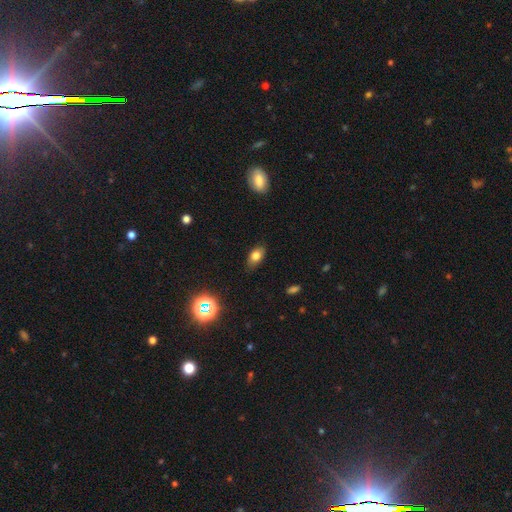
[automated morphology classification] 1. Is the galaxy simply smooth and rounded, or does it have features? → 78% smooth, 11% star or artifact, 11% featured or disk.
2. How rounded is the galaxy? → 87% in between, 10% round, 3% cigar-shaped.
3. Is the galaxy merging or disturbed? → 82% none, 14% minor disturbance, 3% major disturbance, 1% merger.